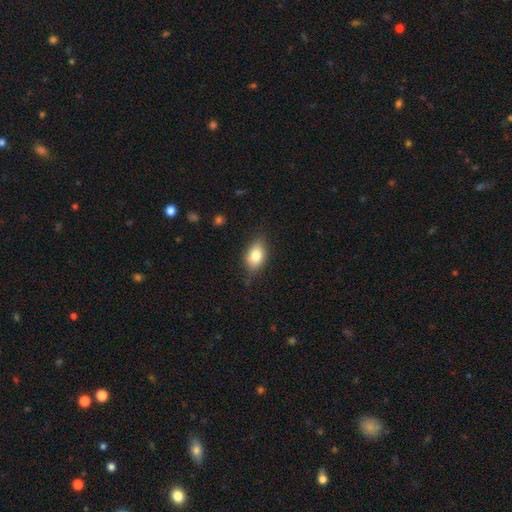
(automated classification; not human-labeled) Smooth or featured? smooth (80%)
How rounded? in between (84%)
Merging? none (77%)